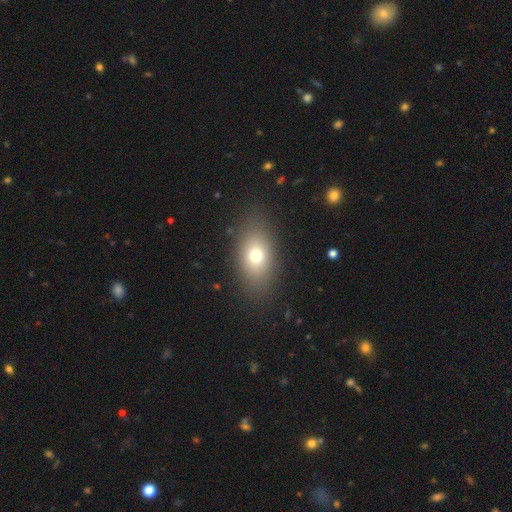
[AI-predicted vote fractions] A smooth galaxy with no disk features (72%) that is in between round and cigar-shaped (81%).

Vote fractions:
- Smooth or featured? smooth: 72% / featured or disk: 15% / star or artifact: 12%
- How rounded? in between: 81% / round: 17% / cigar-shaped: 3%
- Merging? none: 84% / minor disturbance: 10% / major disturbance: 5% / merger: 1%